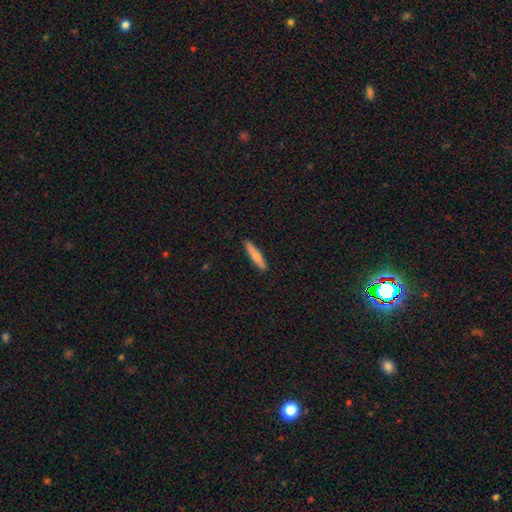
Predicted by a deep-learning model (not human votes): This is likely a smooth galaxy (77%). How rounded: clearly cigar-shaped (89%). Merging: clearly none (90%).